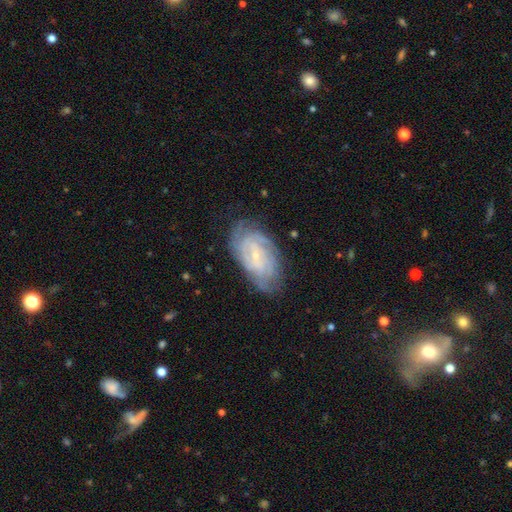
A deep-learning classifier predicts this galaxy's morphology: type=featured or disk (77%); edge-on=no (95%); bar=weak (45%); spiral arms=yes (91%); winding=tight (66%); arm count=can't tell (44%); bulge=small (78%); merging=none (71%).